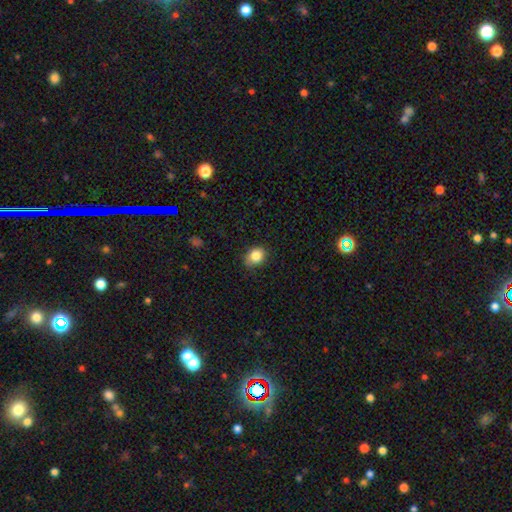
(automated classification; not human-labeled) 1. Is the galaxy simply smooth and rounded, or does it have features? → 84% smooth, 10% star or artifact, 6% featured or disk.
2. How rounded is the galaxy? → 51% round, 48% in between, 1% cigar-shaped.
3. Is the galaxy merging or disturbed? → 79% none, 17% minor disturbance, 3% major disturbance, 1% merger.